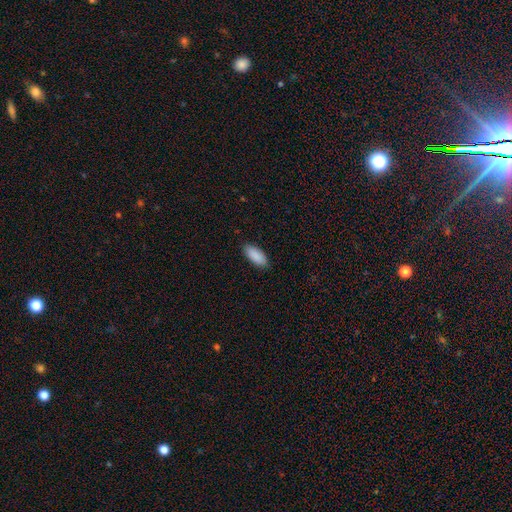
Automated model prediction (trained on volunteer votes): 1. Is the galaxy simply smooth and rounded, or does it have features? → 91% smooth, 6% star or artifact, 3% featured or disk.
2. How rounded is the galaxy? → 84% in between, 15% cigar-shaped, 2% round.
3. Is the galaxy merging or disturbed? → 87% none, 10% minor disturbance, 2% major disturbance, 1% merger.